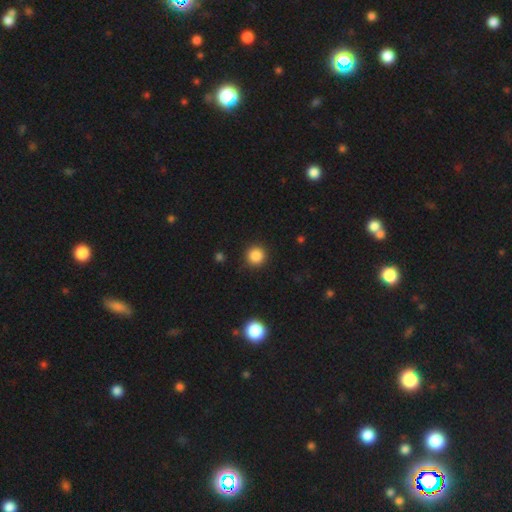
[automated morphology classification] smooth-or-featured: smooth: 86% | star or artifact: 11% | featured or disk: 3%
  how-rounded: round: 95% | in between: 4% | cigar-shaped: 1%
  merging: none: 91% | minor disturbance: 6% | major disturbance: 2% | merger: 1%